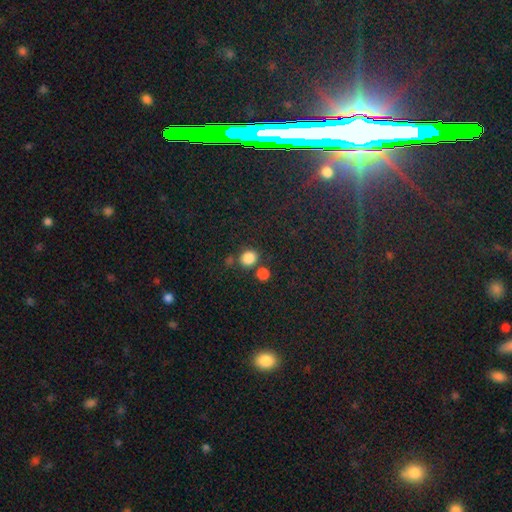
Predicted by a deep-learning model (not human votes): A star or artifact, not a galaxy (66%).